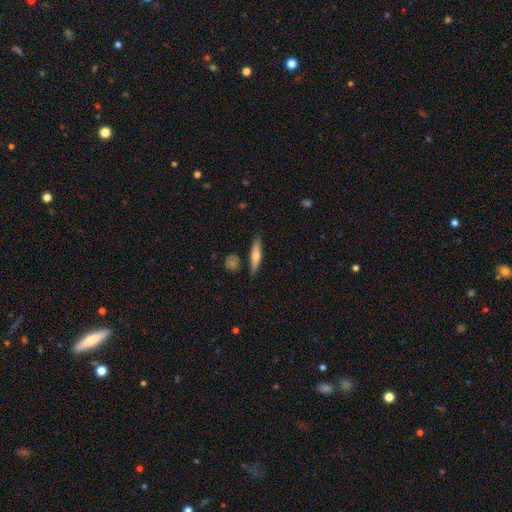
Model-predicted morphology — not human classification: Smooth or featured?
  - smooth: 58% *
  - featured or disk: 36%
  - star or artifact: 6%
How rounded?
  - cigar-shaped: 80% *
  - in between: 17%
  - round: 2%
Merging?
  - none: 82% *
  - minor disturbance: 12%
  - merger: 4%
  - major disturbance: 2%